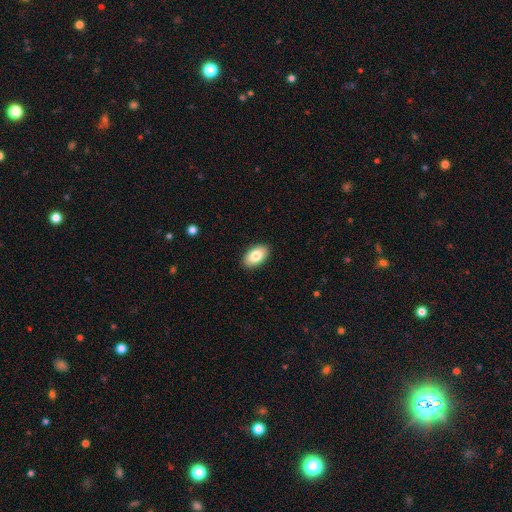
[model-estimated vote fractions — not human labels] A smooth galaxy with no disk features (83%) that is in between round and cigar-shaped (94%).

Vote fractions:
- Smooth or featured? smooth: 83% / featured or disk: 11% / star or artifact: 7%
- How rounded? in between: 94% / round: 4% / cigar-shaped: 2%
- Merging? none: 90% / minor disturbance: 7% / major disturbance: 2% / merger: 1%